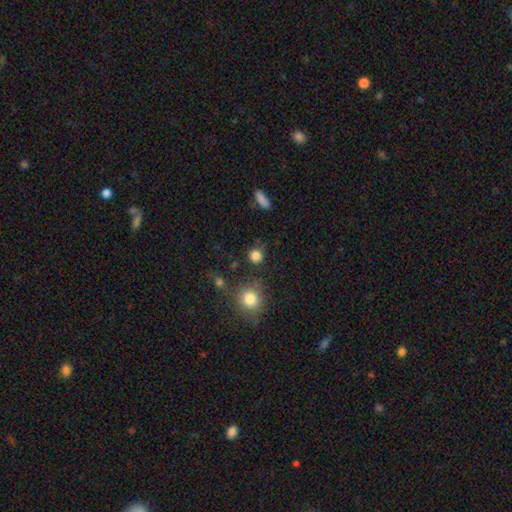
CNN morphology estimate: The model was most divided on "merging": none: 79%, minor disturbance: 11%, merger: 6%, major disturbance: 4%. More confident: how rounded — round (90%); smooth or featured — smooth (82%).